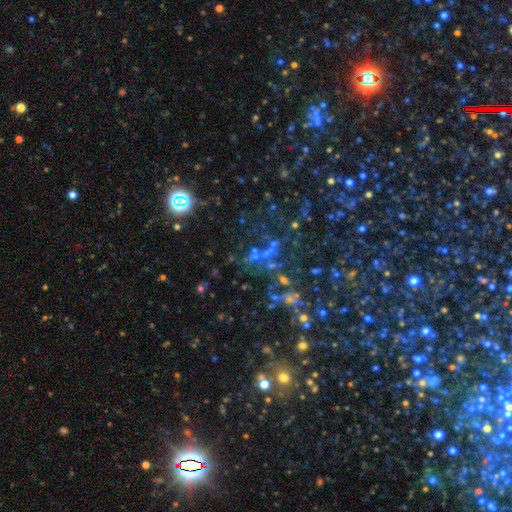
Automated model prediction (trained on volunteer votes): smooth_or_featured: star or artifact (p=0.52) [alt: smooth p=0.25]